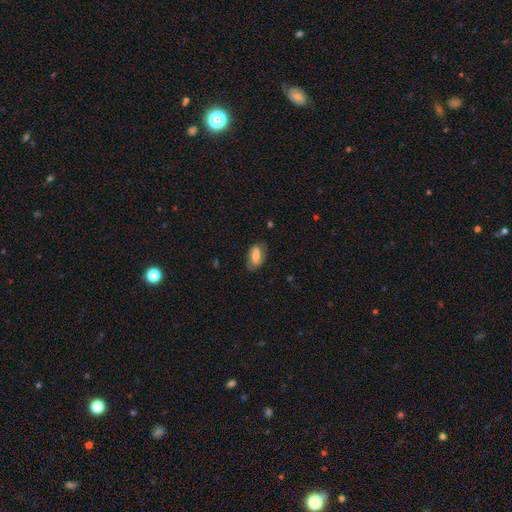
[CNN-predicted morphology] smooth_or_featured: smooth (p=0.63) [alt: featured or disk p=0.30]
how_rounded: in between (p=0.90) [alt: cigar-shaped p=0.05]
merging: none (p=0.74) [alt: minor disturbance p=0.20]